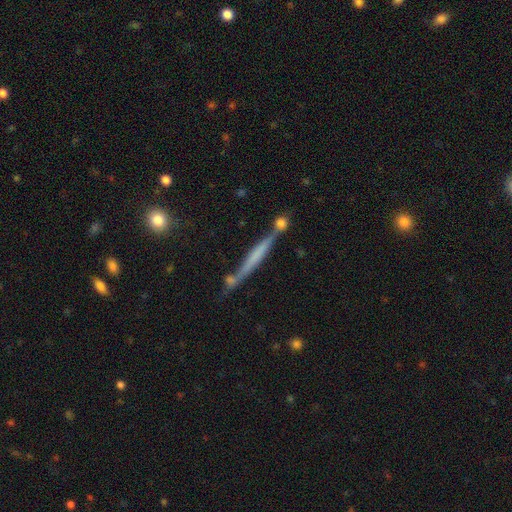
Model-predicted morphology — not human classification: The model was most divided on "smooth or featured": featured or disk: 59%, smooth: 33%, star or artifact: 8%. More confident: edge-on disk — yes (94%); merging — none (63%); edge-on bulge — none (58%).